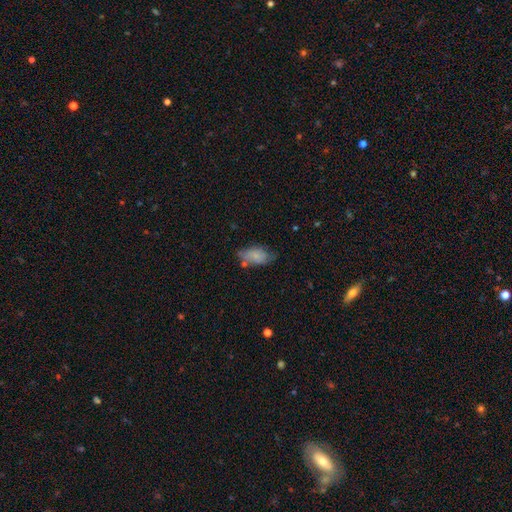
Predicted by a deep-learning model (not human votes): This appears to be a smooth galaxy with no disk features (75%) that is in between round and cigar-shaped (91%). Merging: none (51%).